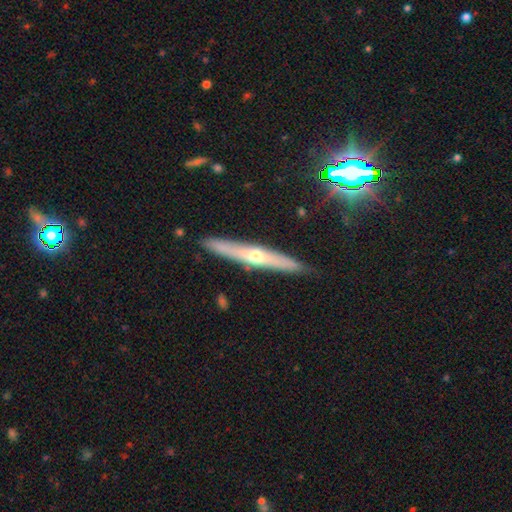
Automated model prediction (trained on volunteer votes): A featured or disk galaxy (63%) viewed edge-on (93%) with a rounded central bulge (83%).

Vote fractions:
- Smooth or featured? featured or disk: 63% / smooth: 30% / star or artifact: 7%
- Edge-on disk? yes: 93% / no: 7%
- Edge-on bulge? rounded: 83% / none: 14% / boxy: 3%
- Merging? none: 89% / minor disturbance: 8% / major disturbance: 2% / merger: 1%